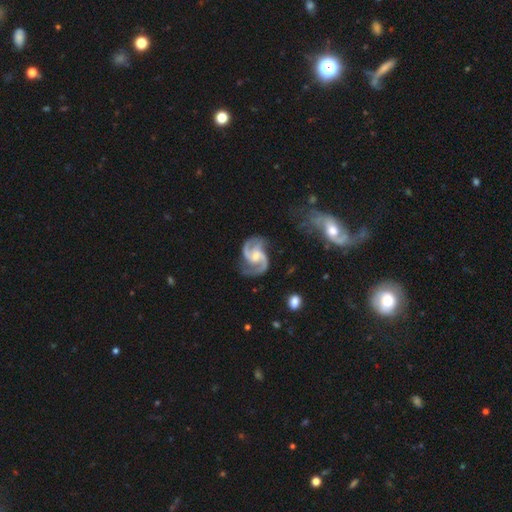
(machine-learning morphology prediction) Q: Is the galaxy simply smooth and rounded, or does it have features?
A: featured or disk — 93%.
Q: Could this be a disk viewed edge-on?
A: no — 98%.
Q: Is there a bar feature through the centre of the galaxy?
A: no — 44%.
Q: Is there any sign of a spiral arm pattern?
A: yes — 98%.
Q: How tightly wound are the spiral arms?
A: medium — 61%.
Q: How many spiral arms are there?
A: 2 — 76%.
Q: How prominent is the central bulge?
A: small — 44%.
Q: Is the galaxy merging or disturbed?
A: none — 72%.